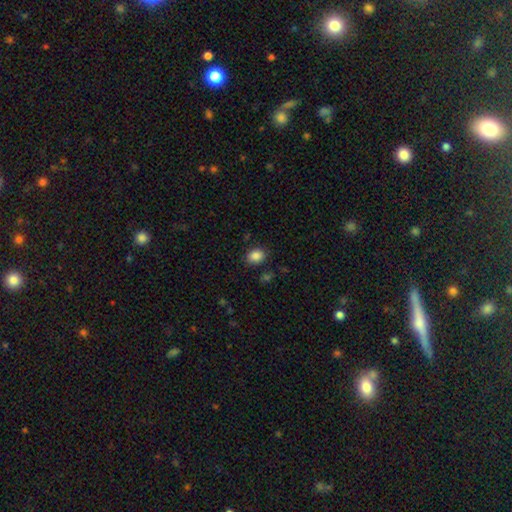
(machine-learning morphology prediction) smooth-or-featured: smooth: 87% | star or artifact: 9% | featured or disk: 4%
  how-rounded: in between: 62% | round: 37% | cigar-shaped: 1%
  merging: none: 83% | minor disturbance: 12% | major disturbance: 3% | merger: 2%